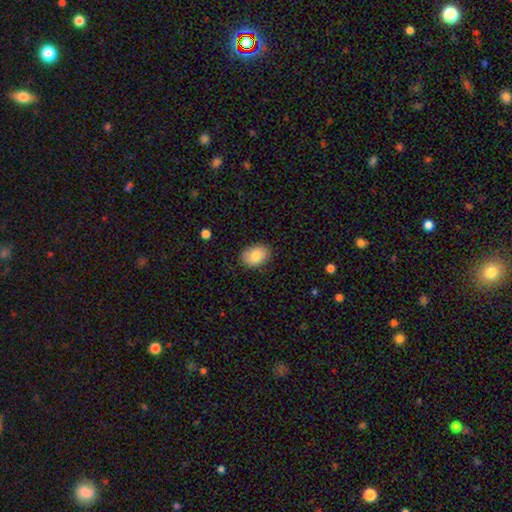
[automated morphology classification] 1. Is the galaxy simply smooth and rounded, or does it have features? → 81% smooth, 11% featured or disk, 7% star or artifact.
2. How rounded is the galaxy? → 75% in between, 24% round, 1% cigar-shaped.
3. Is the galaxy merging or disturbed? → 84% none, 13% minor disturbance, 3% major disturbance, 1% merger.